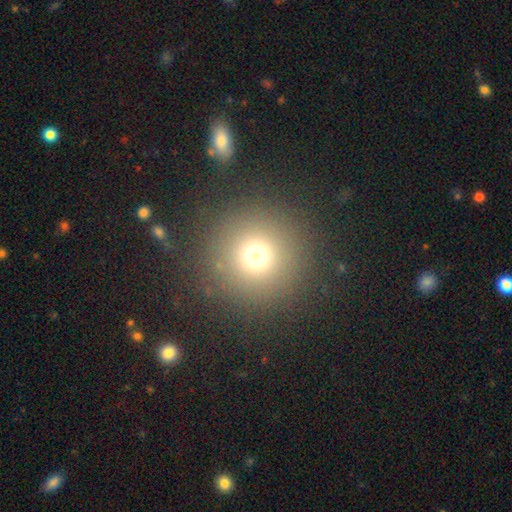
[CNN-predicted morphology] smooth-or-featured: smooth: 72% | star or artifact: 19% | featured or disk: 10%
  how-rounded: round: 96% | in between: 3% | cigar-shaped: 1%
  merging: none: 88% | minor disturbance: 6% | major disturbance: 4% | merger: 2%